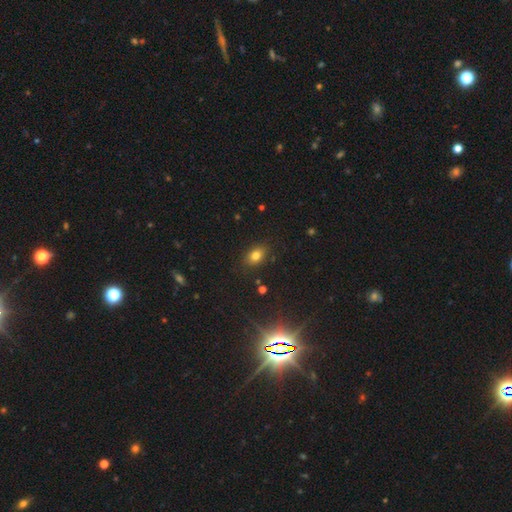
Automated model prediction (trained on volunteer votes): Q: Smooth or featured?
A: smooth (77%); runner-up: star or artifact (14%)
Q: How rounded?
A: in between (77%); runner-up: round (21%)
Q: Merging?
A: none (85%); runner-up: minor disturbance (10%)